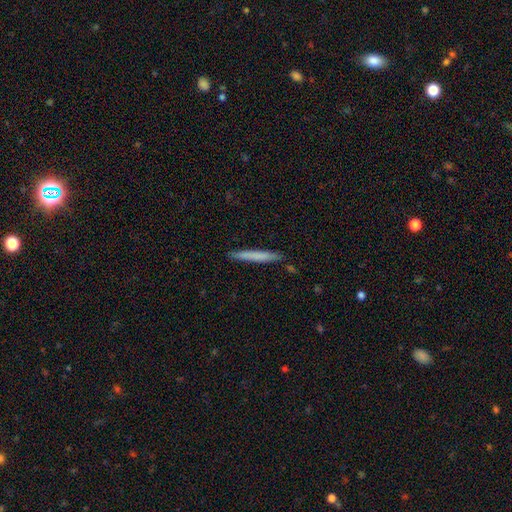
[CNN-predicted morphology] Smooth or featured? Predicted: smooth (p=0.70). How rounded? Predicted: cigar-shaped (p=0.97). Merging? Predicted: none (p=0.89).